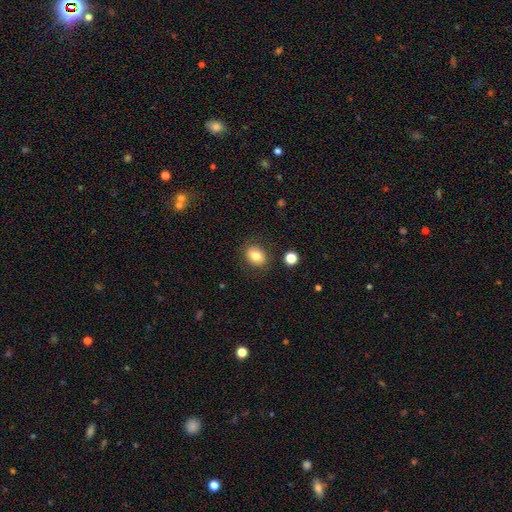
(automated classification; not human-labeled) Smooth or featured? Predicted: smooth (p=0.78). How rounded? Predicted: in between (p=0.55). Merging? Predicted: none (p=0.84).